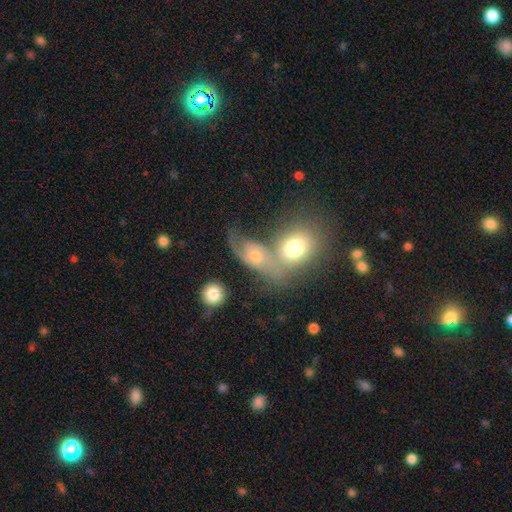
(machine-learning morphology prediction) The model was most divided on "smooth or featured": featured or disk: 48%, smooth: 41%, star or artifact: 11%. Remaining: merging — merger (39%).